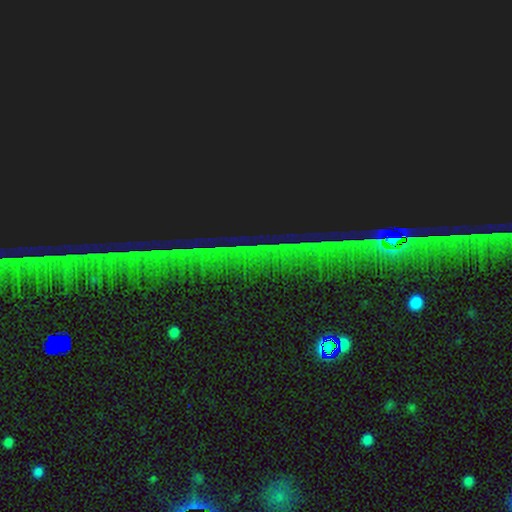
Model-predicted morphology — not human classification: Smooth or featured: star or artifact — 86% (featured or disk — 8%)